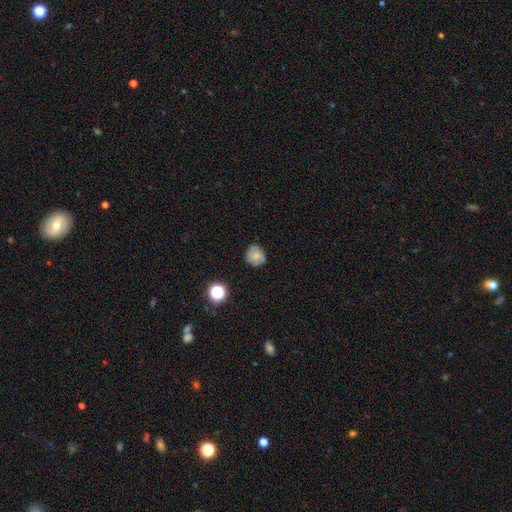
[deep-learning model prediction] A smooth galaxy with no disk features (64%) that is round (80%).

Vote fractions:
- Smooth or featured? smooth: 64% / featured or disk: 24% / star or artifact: 12%
- How rounded? round: 80% / in between: 19% / cigar-shaped: 1%
- Merging? none: 70% / minor disturbance: 23% / major disturbance: 5% / merger: 2%